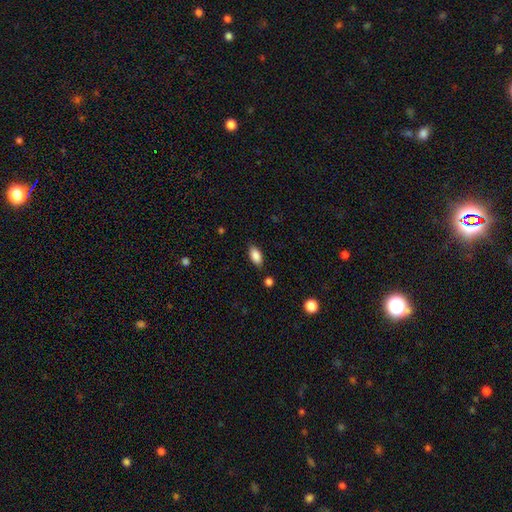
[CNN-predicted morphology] Smooth or featured: smooth — 87% (star or artifact — 7%)
How rounded: in between — 90% (cigar-shaped — 7%)
Merging: none — 82% (minor disturbance — 12%)